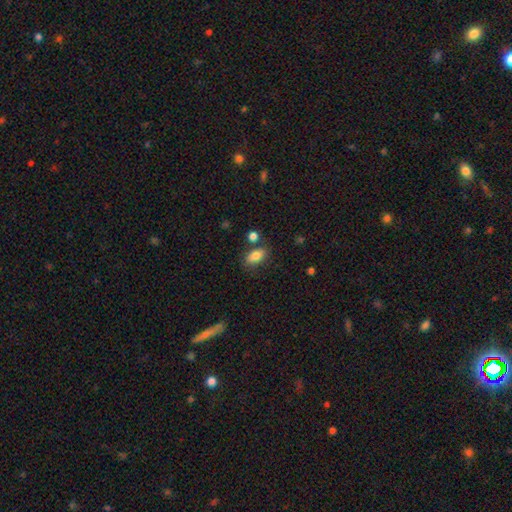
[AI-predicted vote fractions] The model was most divided on "merging": none: 73%, minor disturbance: 14%, merger: 9%, major disturbance: 4%. More confident: how rounded — in between (87%); smooth or featured — smooth (82%).